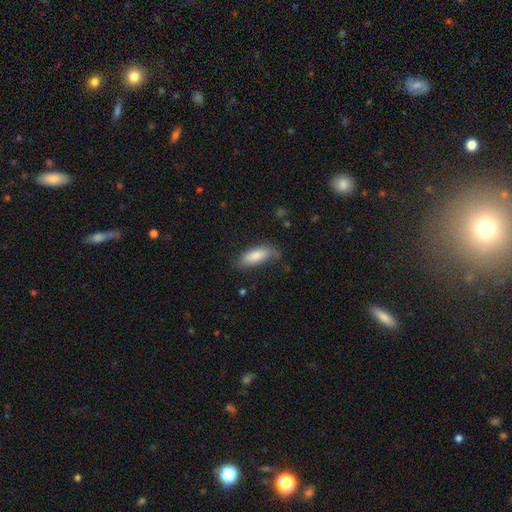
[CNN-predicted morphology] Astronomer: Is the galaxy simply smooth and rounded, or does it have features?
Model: smooth — 82%.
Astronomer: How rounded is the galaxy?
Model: in between — 71%.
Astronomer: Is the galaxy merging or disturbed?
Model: none — 65%.